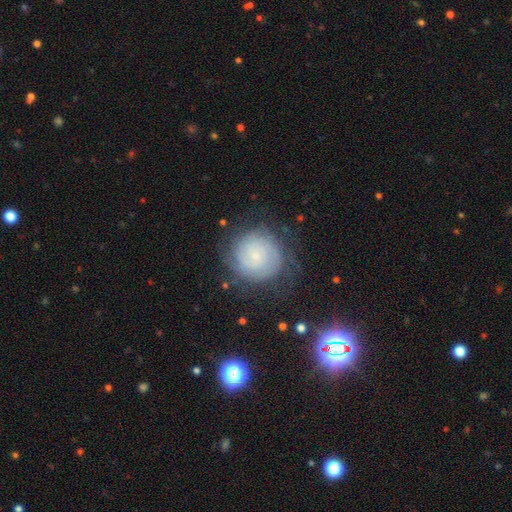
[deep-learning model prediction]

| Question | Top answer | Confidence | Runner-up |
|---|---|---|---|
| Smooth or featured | featured or disk | 45% | tied: smooth (45%) |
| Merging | none | 69% | minor disturbance (18%) |